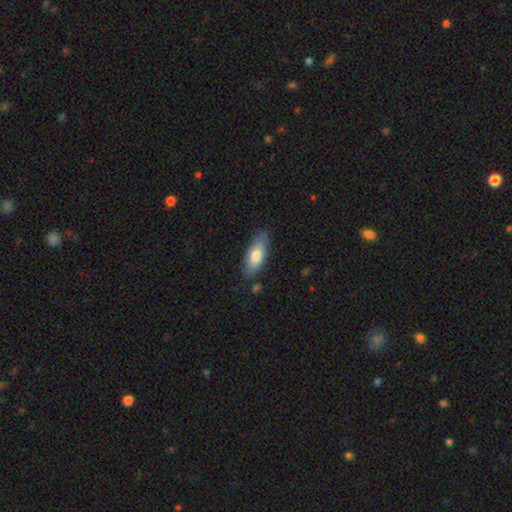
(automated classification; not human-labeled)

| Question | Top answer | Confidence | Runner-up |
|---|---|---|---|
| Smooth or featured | smooth | 75% | featured or disk (19%) |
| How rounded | in between | 78% | cigar-shaped (20%) |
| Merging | none | 78% | minor disturbance (17%) |